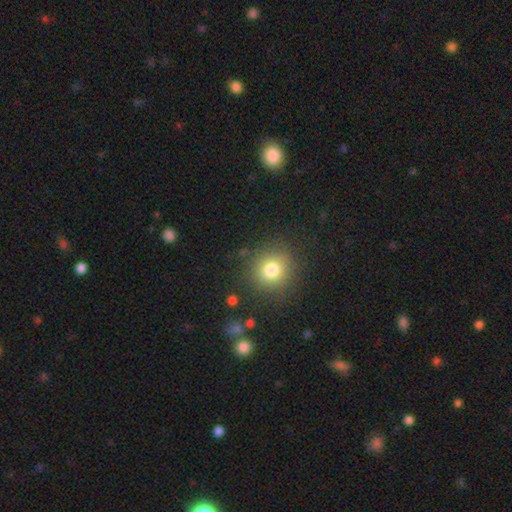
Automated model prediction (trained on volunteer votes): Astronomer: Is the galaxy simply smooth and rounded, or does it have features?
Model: smooth — 67%.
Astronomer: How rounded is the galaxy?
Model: round — 93%.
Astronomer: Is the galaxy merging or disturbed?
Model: none — 89%.